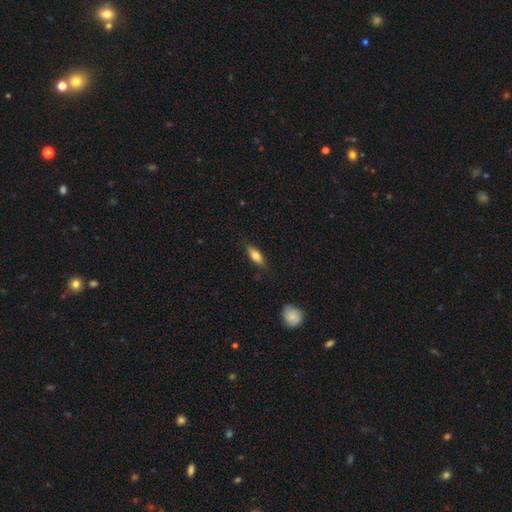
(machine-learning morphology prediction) smooth_or_featured: smooth (p=0.73) [alt: featured or disk p=0.21]
how_rounded: in between (p=0.62) [alt: cigar-shaped p=0.35]
merging: none (p=0.81) [alt: minor disturbance p=0.15]